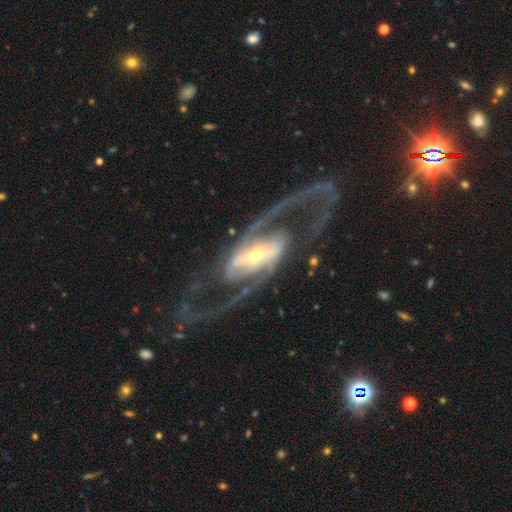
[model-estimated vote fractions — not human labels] Smooth or featured?
  - featured or disk: 92% *
  - star or artifact: 4%
  - smooth: 4%
Edge-on disk?
  - no: 95% *
  - yes: 5%
Bar?
  - strong: 61% *
  - weak: 27%
  - no: 13%
Spiral arms?
  - yes: 96% *
  - no: 4%
Spiral winding?
  - medium: 50% *
  - loose: 37%
  - tight: 13%
Spiral arm count?
  - 2: 93% *
  - can't tell: 2%
  - 1: 2%
  - 3: 2%
  - 4: 1%
  - more than 4: 1%
Bulge size?
  - small: 46% *
  - moderate: 45%
  - large: 6%
  - dominant: 1%
  - none: 1%
Merging?
  - none: 72% *
  - major disturbance: 14%
  - minor disturbance: 11%
  - merger: 2%